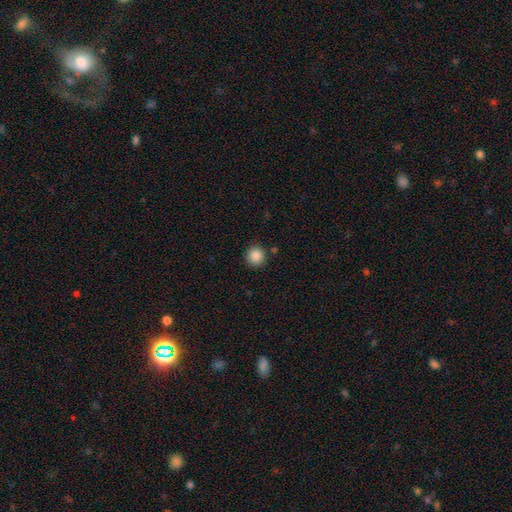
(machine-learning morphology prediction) smooth-or-featured: smooth: 87% | star or artifact: 10% | featured or disk: 3%
  how-rounded: round: 93% | in between: 6% | cigar-shaped: 1%
  merging: none: 88% | minor disturbance: 7% | merger: 3% | major disturbance: 2%